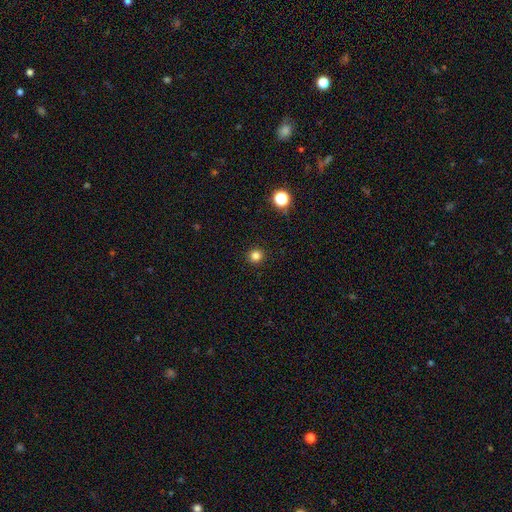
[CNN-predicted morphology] A smooth galaxy with no disk features (82%) that is round (93%).

Vote fractions:
- Smooth or featured? smooth: 82% / star or artifact: 14% / featured or disk: 4%
- How rounded? round: 93% / in between: 6% / cigar-shaped: 1%
- Merging? none: 92% / minor disturbance: 5% / major disturbance: 2% / merger: 1%